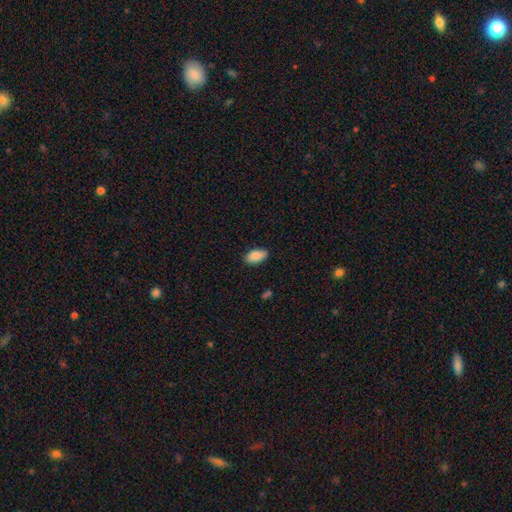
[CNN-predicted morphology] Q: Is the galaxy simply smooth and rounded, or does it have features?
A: smooth — 88%.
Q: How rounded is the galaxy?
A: in between — 93%.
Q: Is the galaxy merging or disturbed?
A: none — 85%.